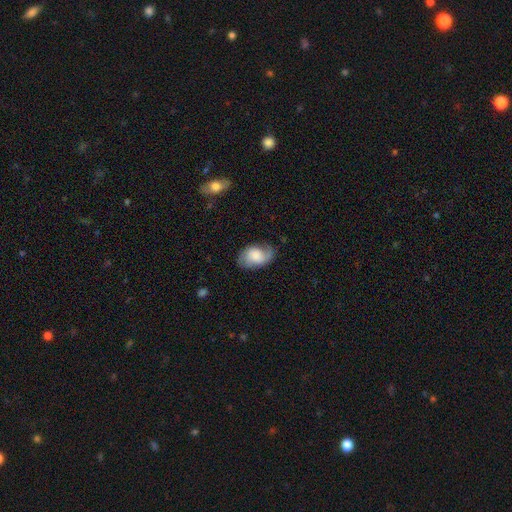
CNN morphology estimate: This is possibly a featured or disk galaxy (47%). Merging: likely none (65%).